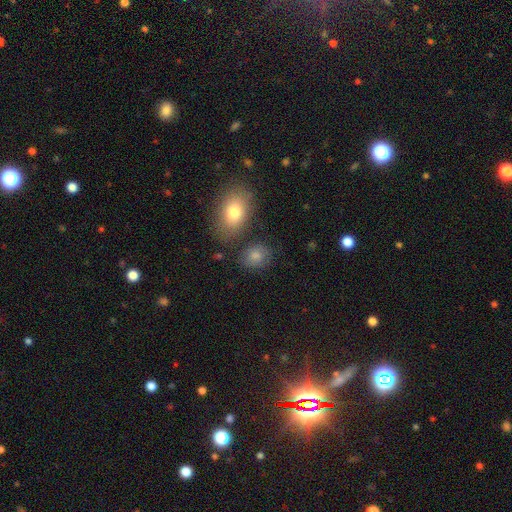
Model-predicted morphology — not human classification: Smooth or featured?
  - smooth: 79% *
  - star or artifact: 11%
  - featured or disk: 10%
How rounded?
  - in between: 53% *
  - round: 46%
  - cigar-shaped: 1%
Merging?
  - none: 72% *
  - minor disturbance: 16%
  - merger: 6%
  - major disturbance: 6%